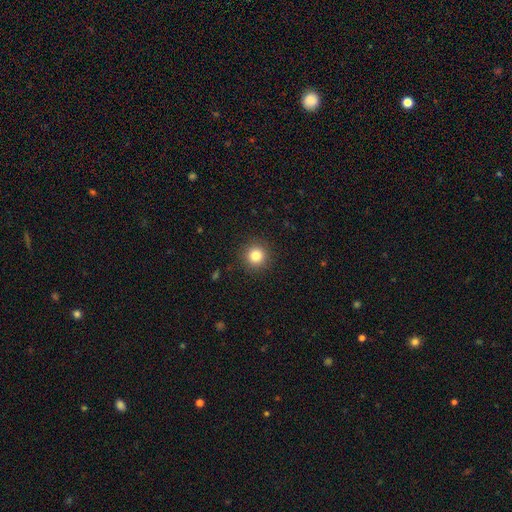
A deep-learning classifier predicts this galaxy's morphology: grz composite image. It shows a smooth galaxy with no disk features (83%) that is round (95%). Merging: none (91%).